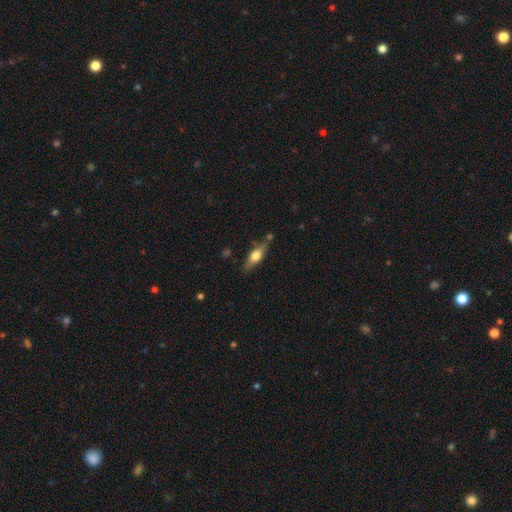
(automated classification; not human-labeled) Overall: smooth (52%; featured or disk 42%). How rounded: in between (48%, tied with cigar-shaped). Merging: none (71%).